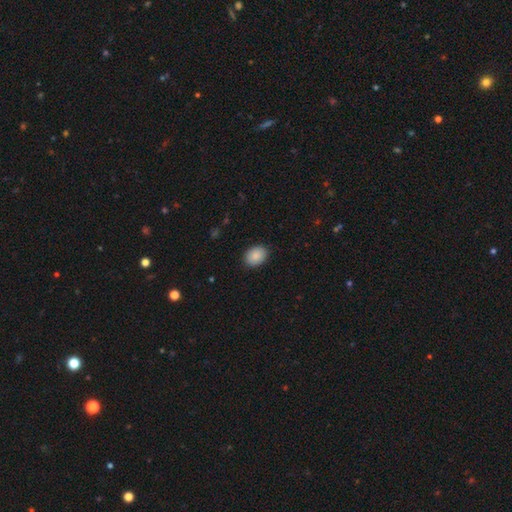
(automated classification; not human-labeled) The model was most divided on "how rounded": in between: 72%, round: 27%, cigar-shaped: 1%. More confident: merging — none (89%); smooth or featured — smooth (88%).